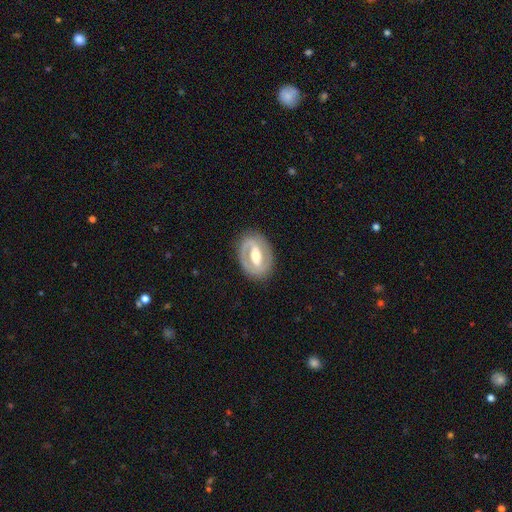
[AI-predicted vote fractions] The model was most divided on "spiral winding": tight: 44%, medium: 40%, loose: 16%. More confident: edge-on disk — no (95%); merging — none (84%); smooth or featured — featured or disk (80%); spiral arm count — 2 (77%); bulge size — moderate (69%); spiral arms — yes (69%); bar — strong (55%).